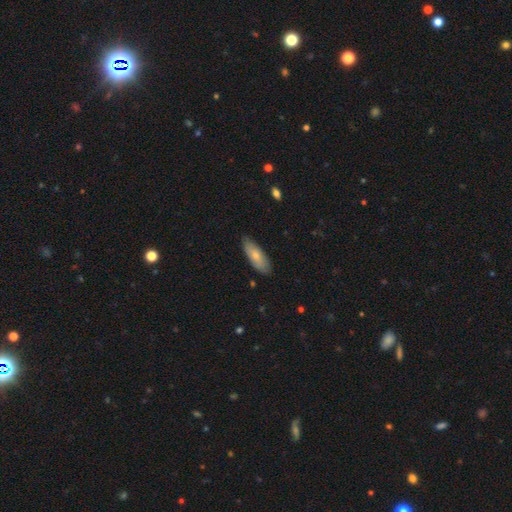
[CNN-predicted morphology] A smooth galaxy with no disk features (73%) that is in between round and cigar-shaped (70%). Merging: none (80%).